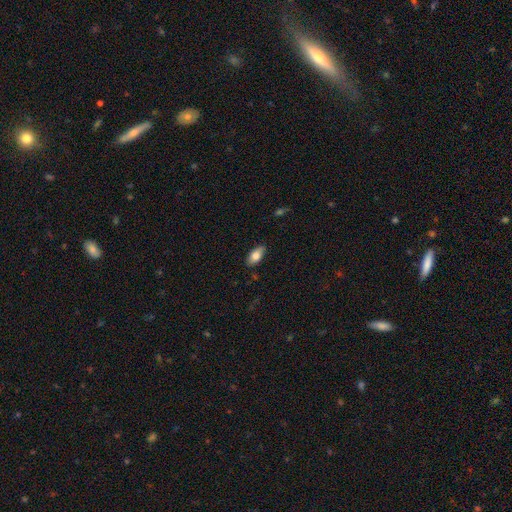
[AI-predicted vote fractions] Overall: smooth (76%). How rounded: in between (87%). Merging: none (84%).